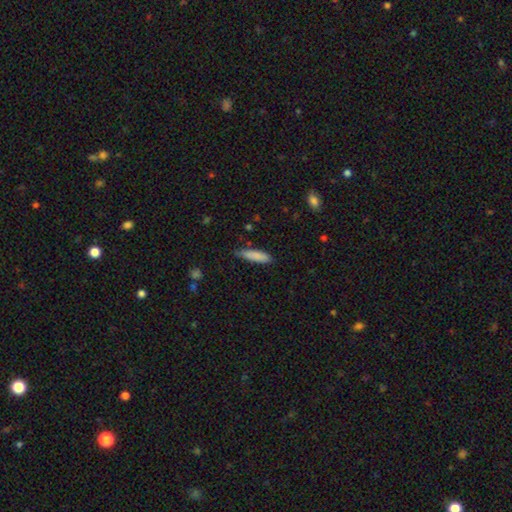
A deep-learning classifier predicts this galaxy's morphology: type=smooth (86%); roundness=cigar-shaped (68%); merging=none (70%).